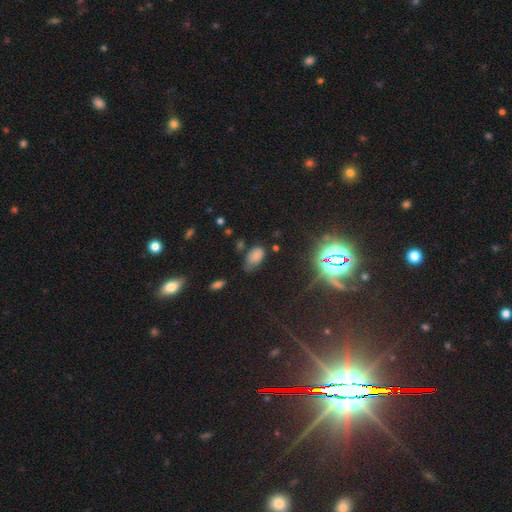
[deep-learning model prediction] Overall: smooth (71%). How rounded: in between (92%). Merging: none (47%; minor disturbance 37%).